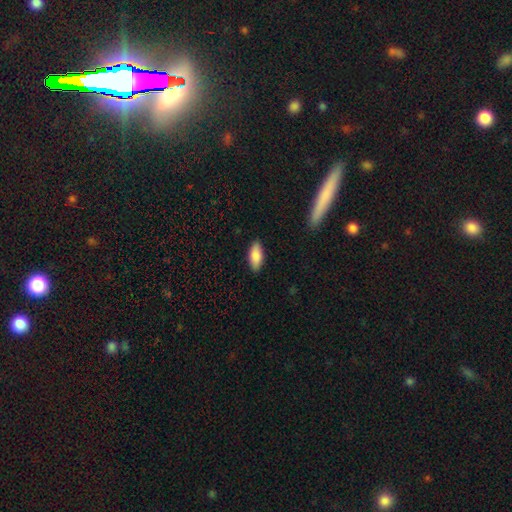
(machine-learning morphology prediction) This appears to be a smooth galaxy with no disk features (86%) that is in between round and cigar-shaped (85%). Merging: none (88%).